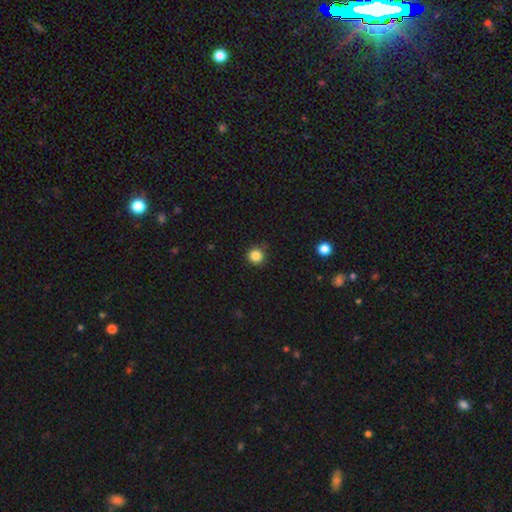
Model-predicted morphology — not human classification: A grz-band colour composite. It shows a smooth galaxy with no disk features (85%) that is round (95%). Merging: none (90%).